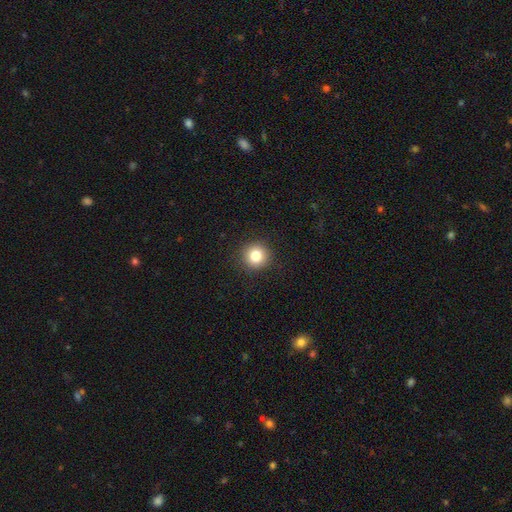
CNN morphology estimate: This appears to be a smooth galaxy with no disk features (82%) that is round (94%). Merging: none (92%).